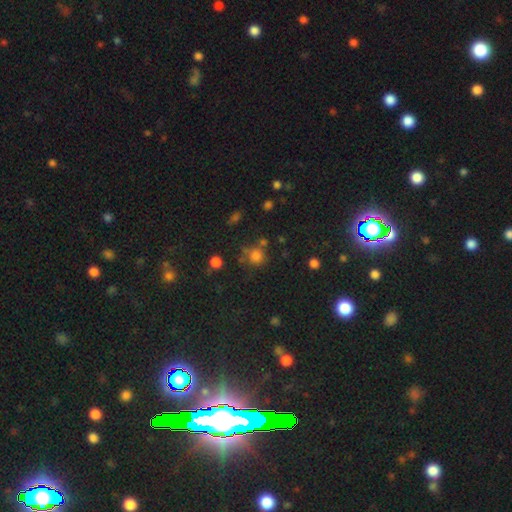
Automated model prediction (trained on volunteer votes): Overall: smooth (76%). How rounded: round (88%). Merging: none (63%).